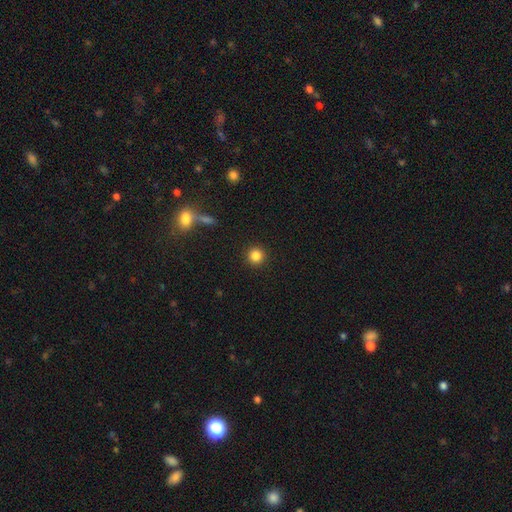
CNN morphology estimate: Smooth or featured?
  - smooth: 84% *
  - star or artifact: 11%
  - featured or disk: 5%
How rounded?
  - round: 95% *
  - in between: 4%
  - cigar-shaped: 1%
Merging?
  - none: 92% *
  - minor disturbance: 5%
  - major disturbance: 2%
  - merger: 1%